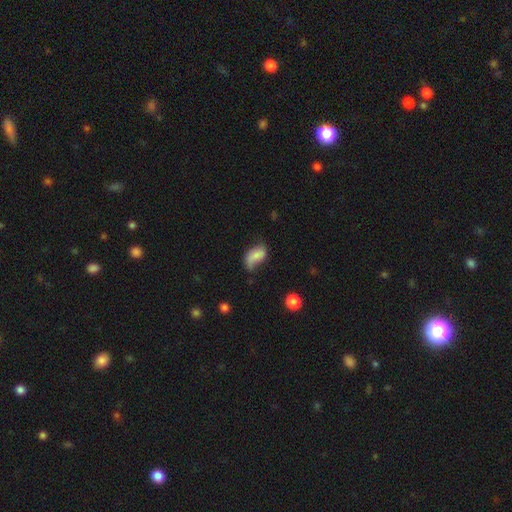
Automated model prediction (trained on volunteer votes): A smooth galaxy with no disk features (64%) that is in between round and cigar-shaped (90%). Merging: minor disturbance (37%).